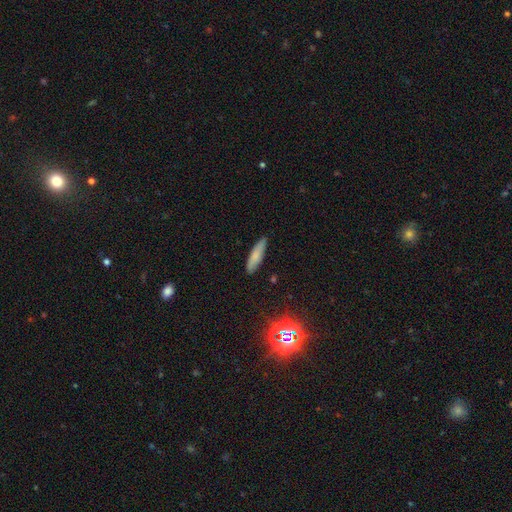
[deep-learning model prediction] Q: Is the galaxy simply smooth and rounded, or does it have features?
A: smooth — 76%.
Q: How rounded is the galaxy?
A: cigar-shaped — 74%.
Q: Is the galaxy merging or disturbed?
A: none — 83%.